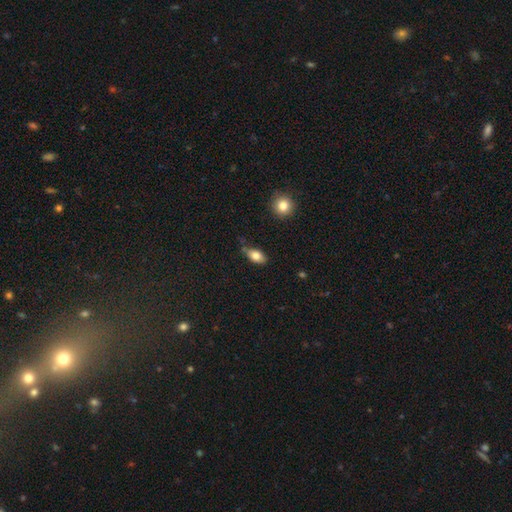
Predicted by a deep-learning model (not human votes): smooth-or-featured: smooth: 81% | featured or disk: 11% | star or artifact: 8%
  how-rounded: in between: 88% | round: 7% | cigar-shaped: 4%
  merging: none: 67% | minor disturbance: 23% | merger: 5% | major disturbance: 5%